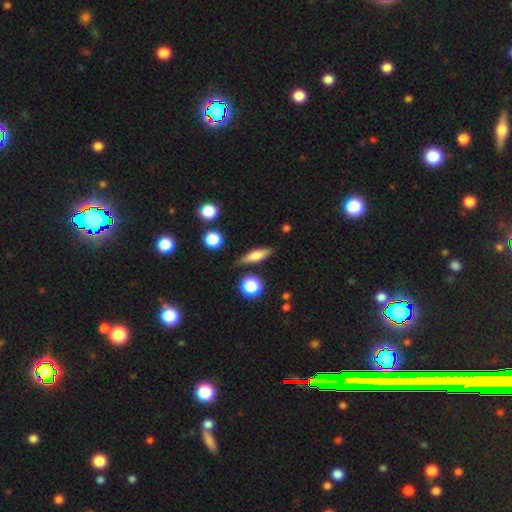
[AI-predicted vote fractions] This is possibly a smooth galaxy (55%). How rounded: likely cigar-shaped (61%). Merging: clearly none (81%).